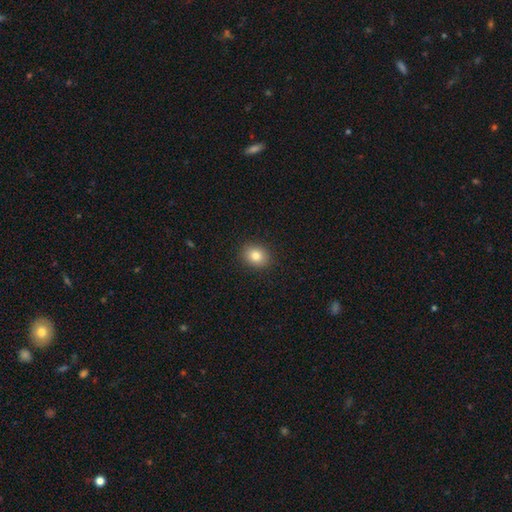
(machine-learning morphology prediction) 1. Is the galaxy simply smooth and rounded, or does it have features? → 82% smooth, 10% star or artifact, 8% featured or disk.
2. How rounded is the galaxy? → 56% round, 43% in between, 1% cigar-shaped.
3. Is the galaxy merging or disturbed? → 90% none, 7% minor disturbance, 2% major disturbance, 1% merger.